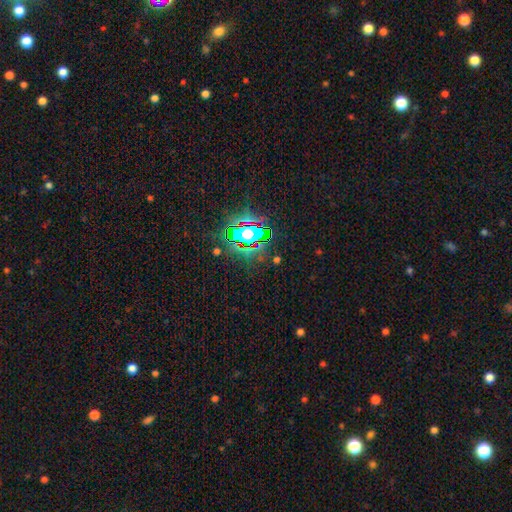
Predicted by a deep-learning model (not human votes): Smooth or featured? Predicted: star or artifact (p=0.83).